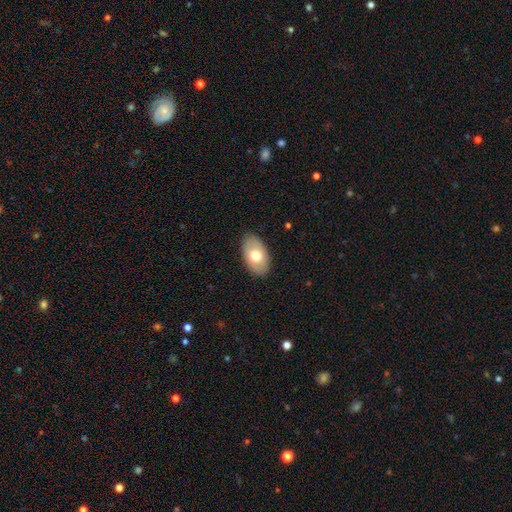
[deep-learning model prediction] Smooth or featured?
  - smooth: 68% *
  - featured or disk: 26%
  - star or artifact: 6%
How rounded?
  - in between: 93% *
  - round: 6%
  - cigar-shaped: 1%
Merging?
  - none: 87% *
  - minor disturbance: 10%
  - major disturbance: 2%
  - merger: 1%